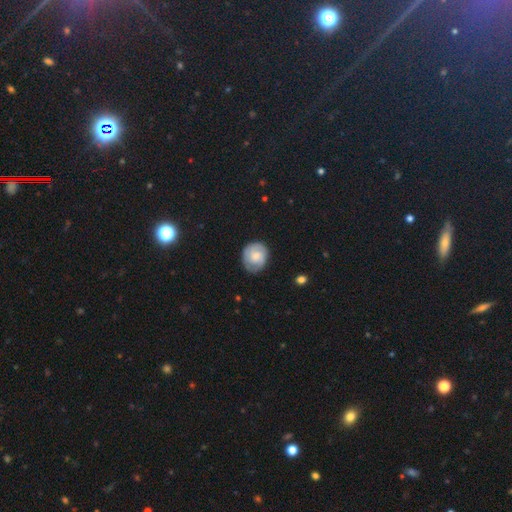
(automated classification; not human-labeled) A featured or disk galaxy (47%, tied with smooth).

Vote fractions:
- Smooth or featured? featured or disk: 47% (tied) / smooth: 47% (tied) / star or artifact: 7%
- Merging? none: 75% / minor disturbance: 19% / major disturbance: 5% / merger: 1%